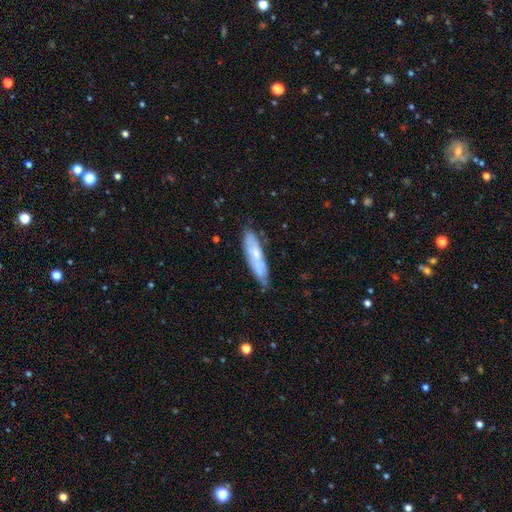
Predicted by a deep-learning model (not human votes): The model was most divided on "smooth or featured": smooth: 53%, featured or disk: 40%, star or artifact: 7%. More confident: how rounded — cigar-shaped (69%); merging — none (68%).